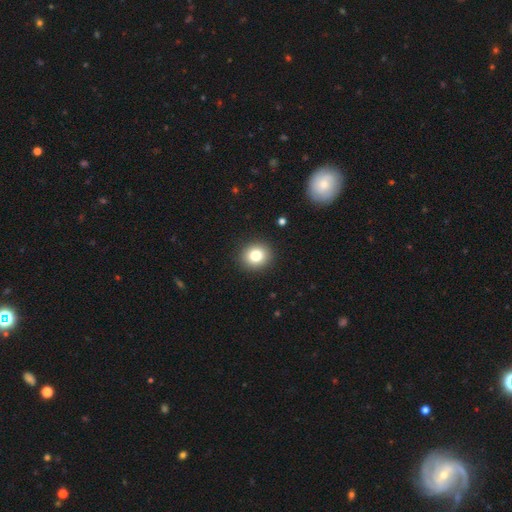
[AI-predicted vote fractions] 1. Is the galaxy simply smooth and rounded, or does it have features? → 81% smooth, 11% star or artifact, 9% featured or disk.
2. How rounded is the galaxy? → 81% round, 18% in between, 1% cigar-shaped.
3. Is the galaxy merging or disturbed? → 91% none, 6% minor disturbance, 2% major disturbance, 1% merger.